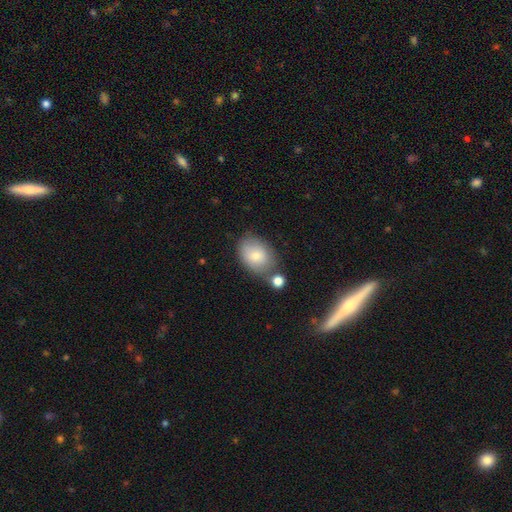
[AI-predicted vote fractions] Smooth or featured? Predicted: smooth (p=0.76). How rounded? Predicted: in between (p=0.74). Merging? Predicted: none (p=0.59).